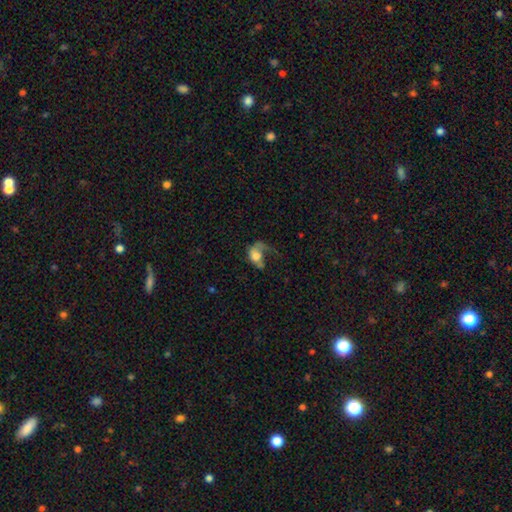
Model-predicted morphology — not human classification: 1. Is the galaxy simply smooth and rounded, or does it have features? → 53% smooth, 39% featured or disk, 9% star or artifact.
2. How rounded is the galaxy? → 73% in between, 25% round, 2% cigar-shaped.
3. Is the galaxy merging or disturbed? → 60% major disturbance, 18% none, 15% minor disturbance, 8% merger.